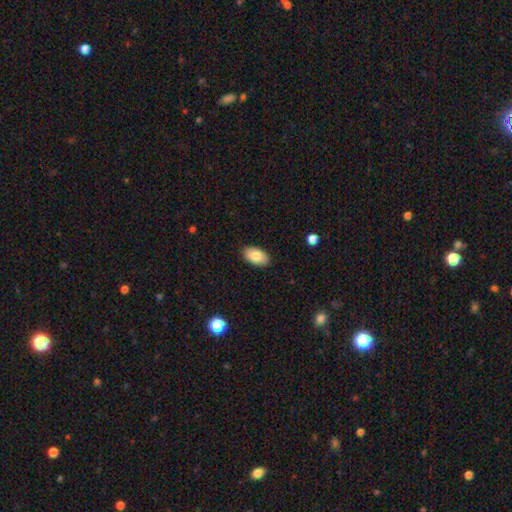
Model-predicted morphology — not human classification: smooth_or_featured: smooth (p=0.85) [alt: featured or disk p=0.09]
how_rounded: in between (p=0.95) [alt: round p=0.04]
merging: none (p=0.88) [alt: minor disturbance p=0.09]